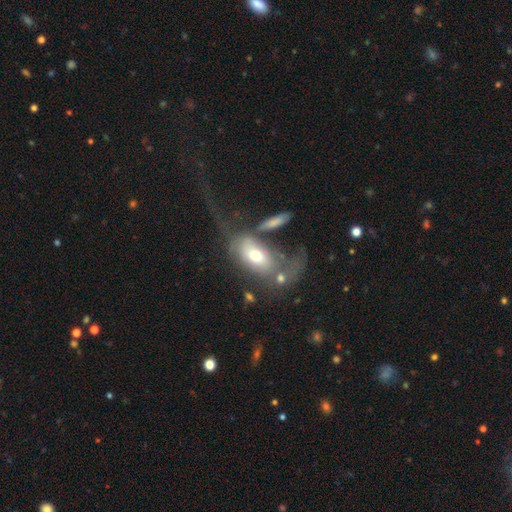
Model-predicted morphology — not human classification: type=smooth (53%); roundness=in between (85%); merging=major disturbance (45%).